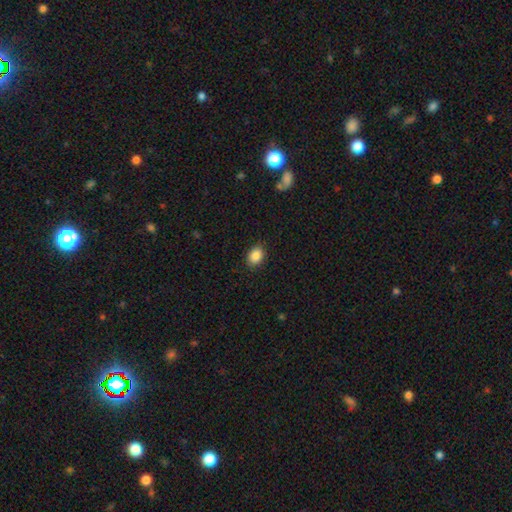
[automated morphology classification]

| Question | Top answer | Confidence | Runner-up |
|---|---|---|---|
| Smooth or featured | smooth | 87% | star or artifact (9%) |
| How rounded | in between | 68% | round (31%) |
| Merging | none | 87% | minor disturbance (9%) |